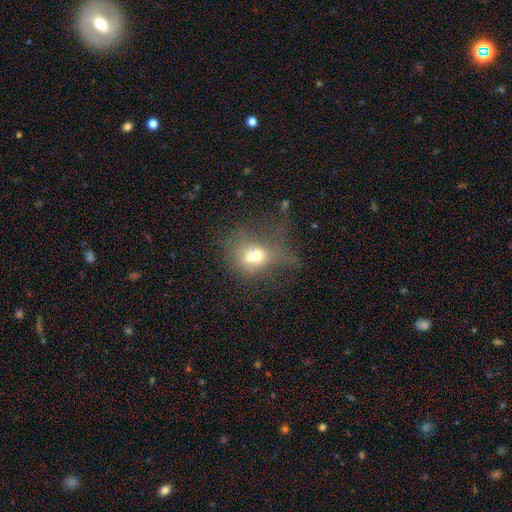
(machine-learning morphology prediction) This appears to be a smooth galaxy with no disk features (57%) that is round (49%). Merging: major disturbance (36%).